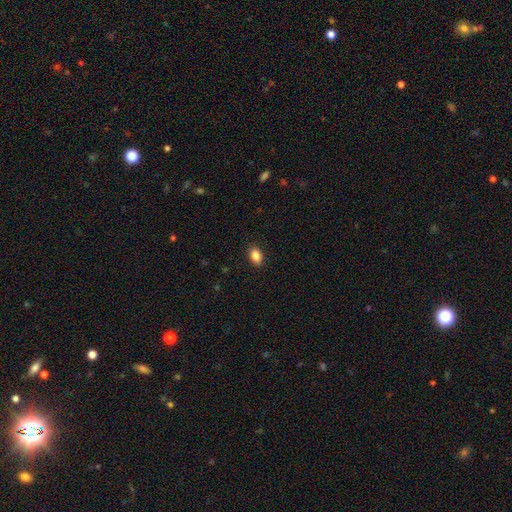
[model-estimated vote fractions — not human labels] Q: Smooth or featured?
A: smooth (86%); runner-up: star or artifact (9%)
Q: How rounded?
A: in between (84%); runner-up: round (15%)
Q: Merging?
A: none (89%); runner-up: minor disturbance (8%)